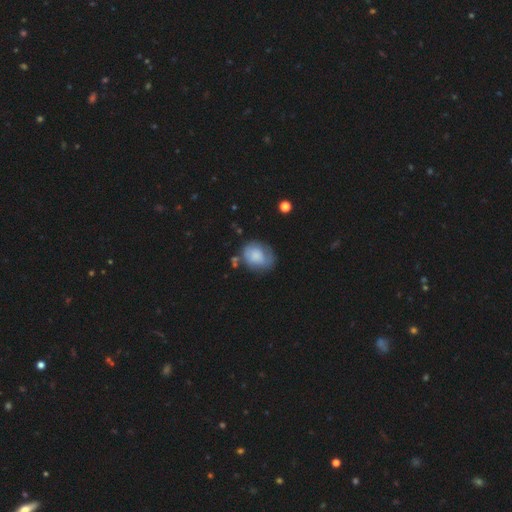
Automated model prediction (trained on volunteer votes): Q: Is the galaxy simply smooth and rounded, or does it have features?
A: smooth — 63%.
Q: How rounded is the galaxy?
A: in between — 54%.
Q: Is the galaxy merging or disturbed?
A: none — 54%.